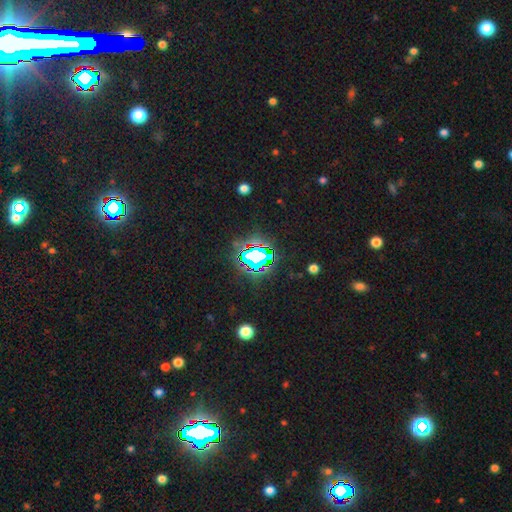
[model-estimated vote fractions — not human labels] The model was most divided on "smooth or featured": star or artifact: 74%, smooth: 14%, featured or disk: 12%.